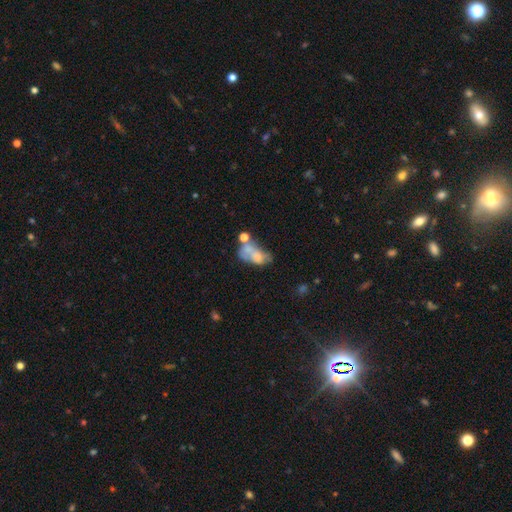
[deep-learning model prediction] Morphology: type=smooth (49%); merging=merger (42%).